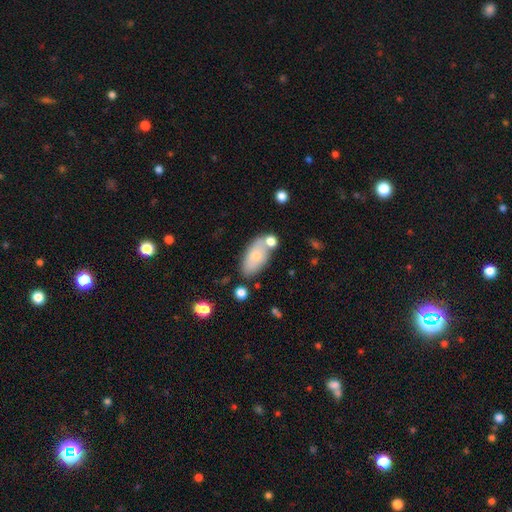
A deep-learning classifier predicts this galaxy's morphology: smooth-or-featured: smooth: 72% | featured or disk: 21% | star or artifact: 7%
  how-rounded: in between: 89% | cigar-shaped: 7% | round: 4%
  merging: none: 62% | minor disturbance: 17% | merger: 16% | major disturbance: 5%